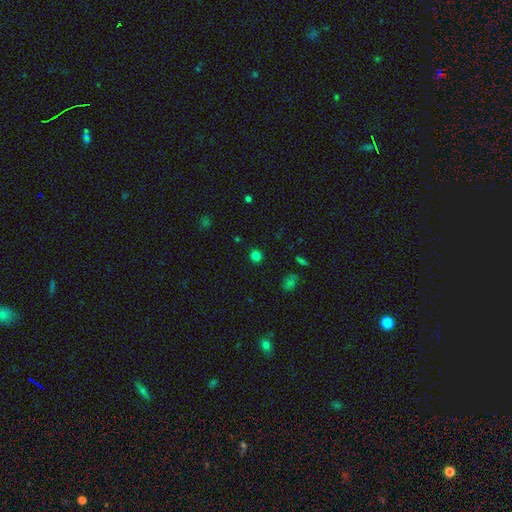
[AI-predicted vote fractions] Smooth or featured?
  - smooth: 79% *
  - star or artifact: 17%
  - featured or disk: 4%
How rounded?
  - round: 91% *
  - in between: 8%
  - cigar-shaped: 1%
Merging?
  - none: 90% *
  - minor disturbance: 6%
  - major disturbance: 2%
  - merger: 1%